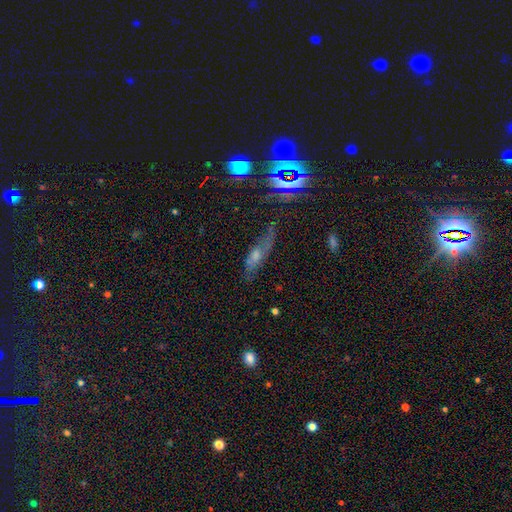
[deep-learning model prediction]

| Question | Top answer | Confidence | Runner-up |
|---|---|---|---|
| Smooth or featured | featured or disk | 42% | smooth (32%) |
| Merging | none | 59% | minor disturbance (24%) |